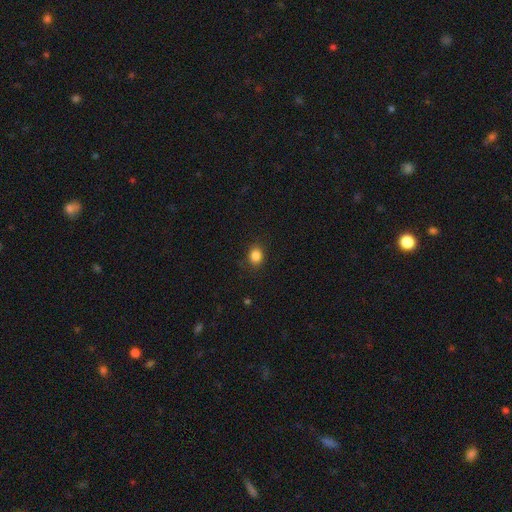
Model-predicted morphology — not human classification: This is clearly a smooth galaxy (85%). How rounded: possibly round (58%). Merging: clearly none (86%).